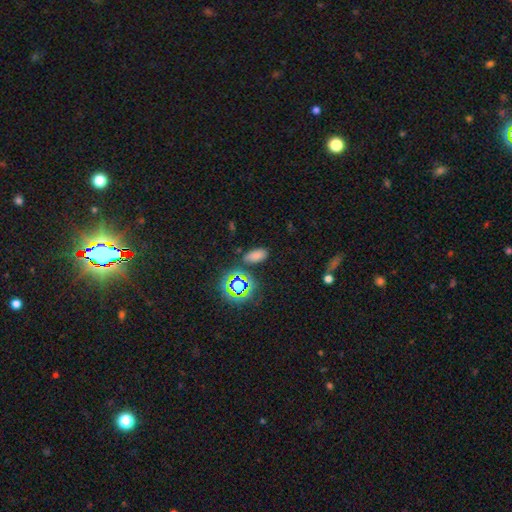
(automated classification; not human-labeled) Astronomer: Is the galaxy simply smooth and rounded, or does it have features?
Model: smooth — 72%.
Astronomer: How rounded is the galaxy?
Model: in between — 88%.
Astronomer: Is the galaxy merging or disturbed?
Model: none — 80%.